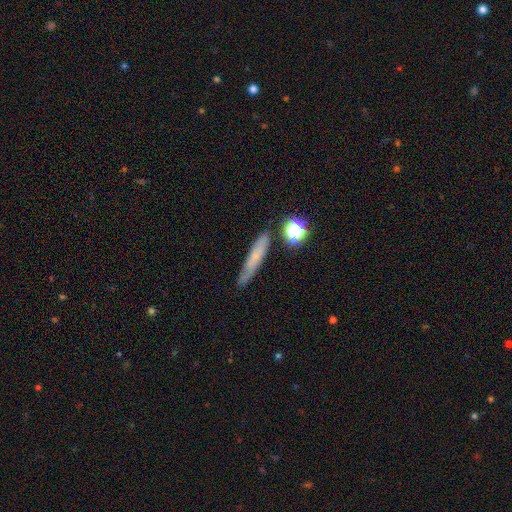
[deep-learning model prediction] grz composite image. It shows a smooth galaxy with no disk features (53%) that is cigar-shaped (84%). Merging: none (75%).